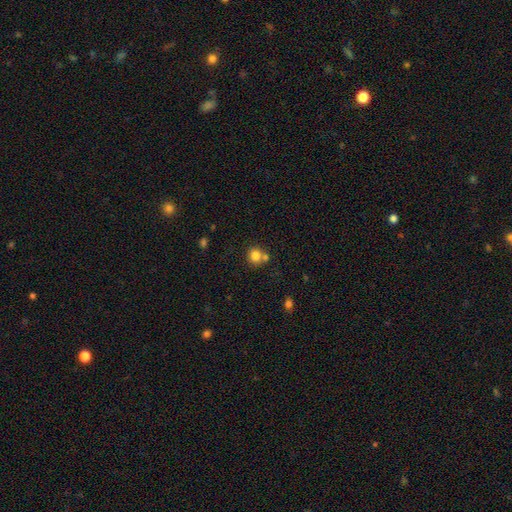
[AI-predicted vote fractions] This appears to be a smooth galaxy with no disk features (81%) that is round (86%). Merging: none (60%).